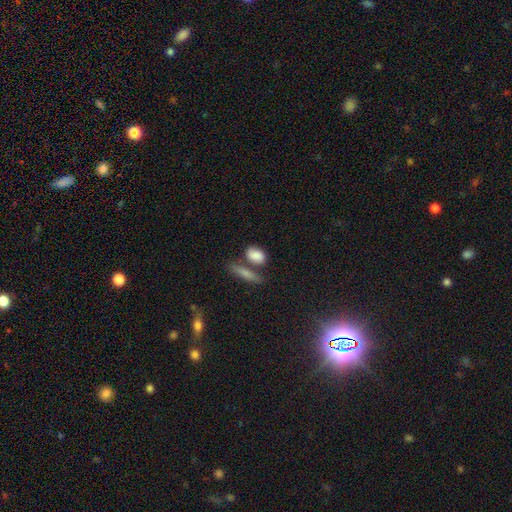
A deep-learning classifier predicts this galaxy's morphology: Smooth or featured: smooth — 83% (featured or disk — 10%)
How rounded: in between — 79% (round — 12%)
Merging: none — 50% (merger — 27%)